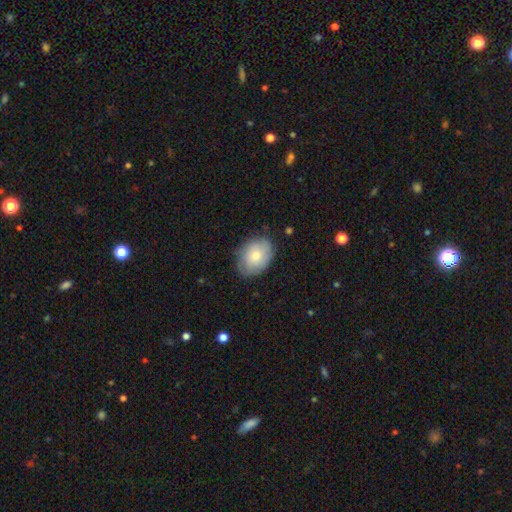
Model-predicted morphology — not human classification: This is likely a smooth galaxy (74%). How rounded: likely in between (73%). Merging: likely none (76%).